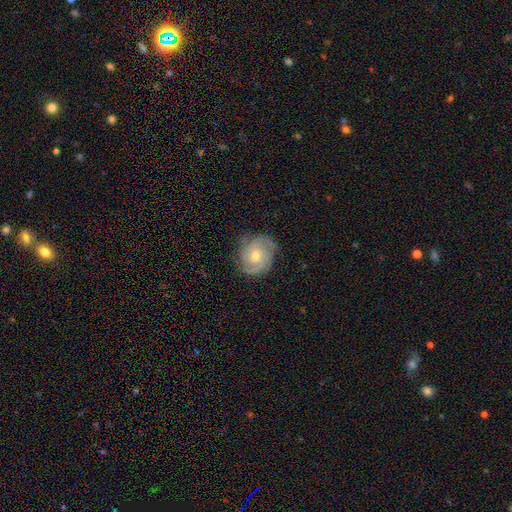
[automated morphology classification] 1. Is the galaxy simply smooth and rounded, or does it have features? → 82% featured or disk, 12% smooth, 6% star or artifact.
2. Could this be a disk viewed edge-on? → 98% no, 2% yes.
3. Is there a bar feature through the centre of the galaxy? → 74% no, 22% weak, 4% strong.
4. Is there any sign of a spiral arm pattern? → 96% yes, 4% no.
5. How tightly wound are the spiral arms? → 59% tight, 34% medium, 7% loose.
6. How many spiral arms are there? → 43% 3, 27% 2, 14% can't tell, 7% 4, 4% 1, 4% more than 4.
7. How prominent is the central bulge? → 58% moderate, 38% small, 2% large, 1% none, 1% dominant.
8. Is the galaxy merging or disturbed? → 77% none, 17% minor disturbance, 5% major disturbance, 1% merger.